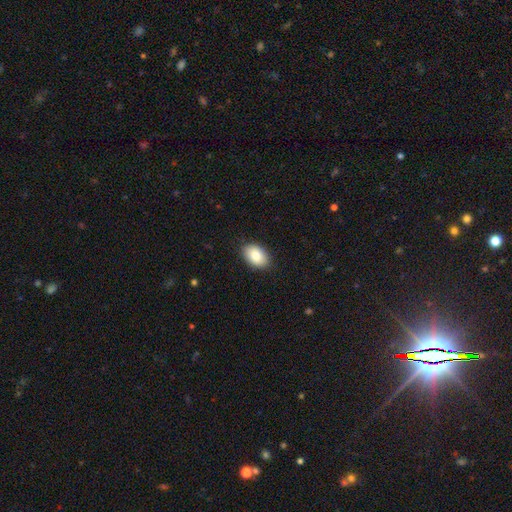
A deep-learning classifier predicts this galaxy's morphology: Smooth or featured? smooth (86%)
How rounded? in between (89%)
Merging? none (87%)